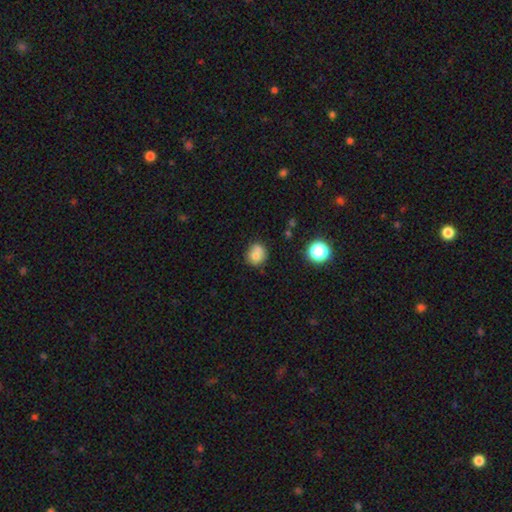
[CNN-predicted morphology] type=smooth (73%); roundness=round (82%); merging=none (51%).